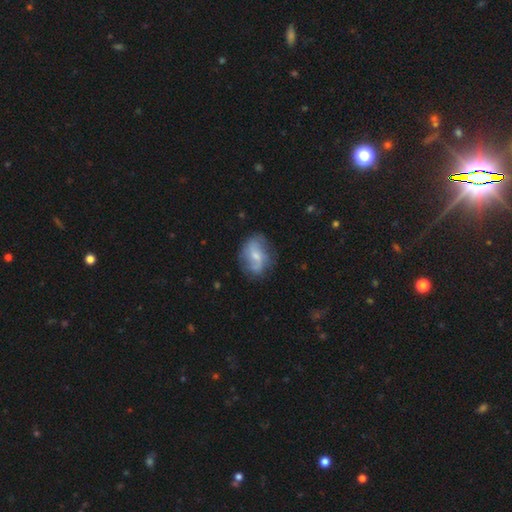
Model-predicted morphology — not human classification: Overall: featured or disk (61%; smooth 32%). Edge-on disk: no (97%). Bar: weak (48%; no 39%). Spiral arms: yes (82%). Bulge size: small (50%; moderate 38%). Merging: none (65%).